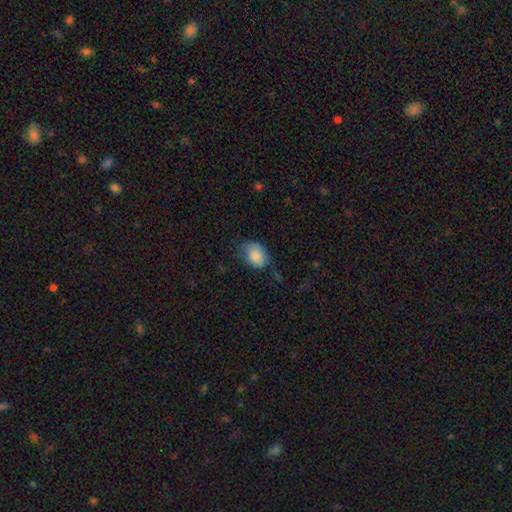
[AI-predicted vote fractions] Overall: smooth (86%). How rounded: in between (74%). Merging: none (54%; minor disturbance 32%).